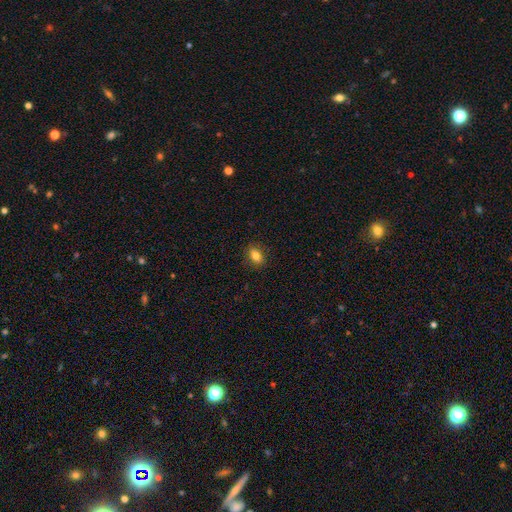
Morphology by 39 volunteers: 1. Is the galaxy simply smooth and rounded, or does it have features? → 87% smooth, 8% featured or disk, 5% star or artifact.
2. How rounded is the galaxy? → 79% in between, 21% round, 0% cigar-shaped.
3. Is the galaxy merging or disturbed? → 86% none, 14% minor disturbance, 0% major disturbance, 0% merger.